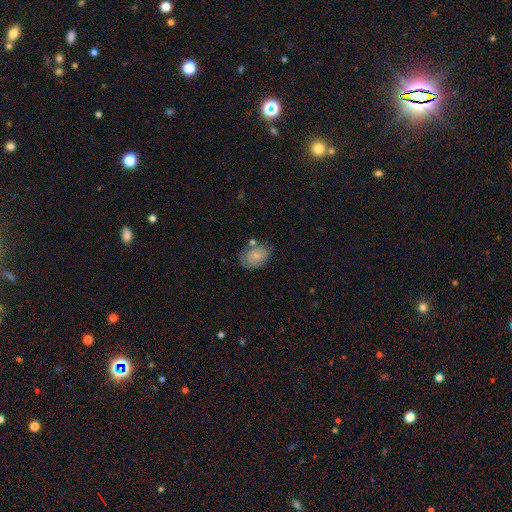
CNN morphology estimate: Smooth or featured? Predicted: smooth (p=0.78). How rounded? Predicted: in between (p=0.80). Merging? Predicted: none (p=0.63).